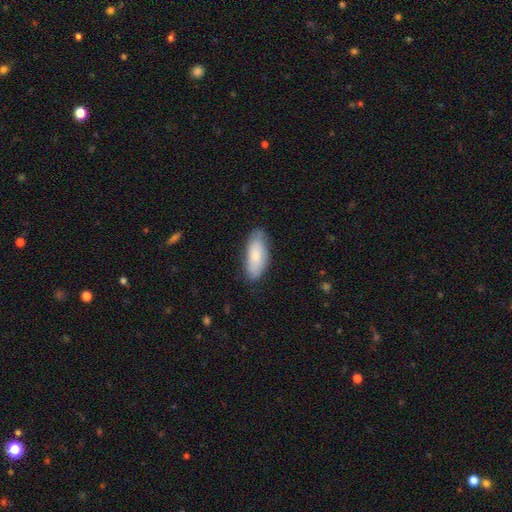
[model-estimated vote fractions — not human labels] Morphology: type=smooth (74%); roundness=in between (85%); merging=none (77%).